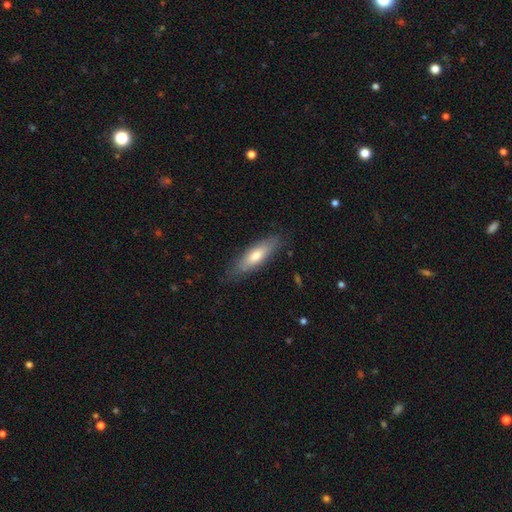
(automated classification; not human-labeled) Morphology: type=smooth (66%); roundness=cigar-shaped (58%); merging=none (79%).